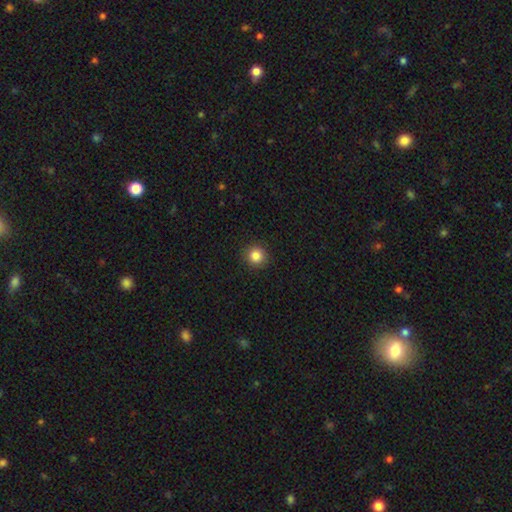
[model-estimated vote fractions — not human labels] Overall: smooth (85%). How rounded: round (93%). Merging: none (91%).